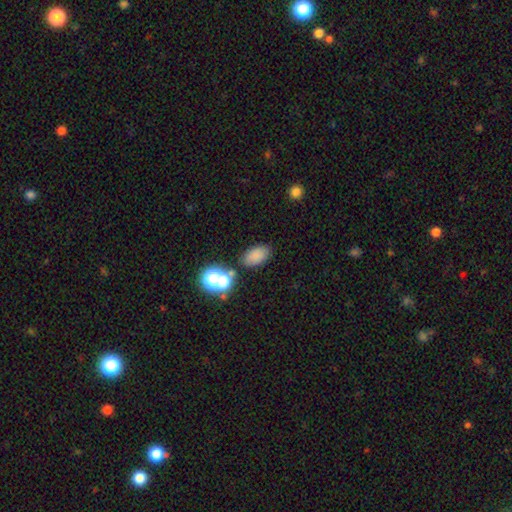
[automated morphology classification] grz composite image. It shows a smooth galaxy with no disk features (78%) that is in between round and cigar-shaped (89%). Merging: none (76%).